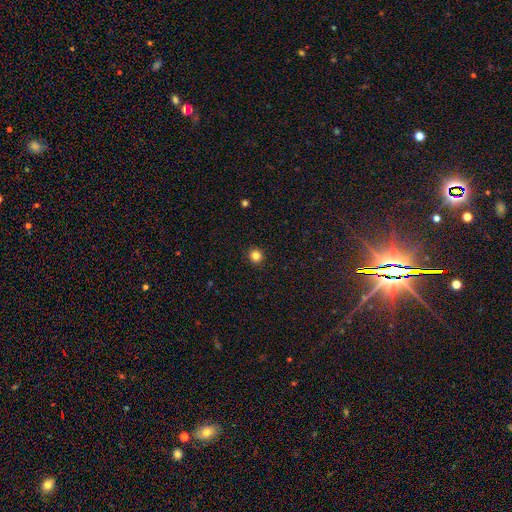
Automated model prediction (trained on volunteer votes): smooth_or_featured: smooth (p=0.84) [alt: star or artifact p=0.12]
how_rounded: round (p=0.93) [alt: in between p=0.06]
merging: none (p=0.93) [alt: minor disturbance p=0.04]